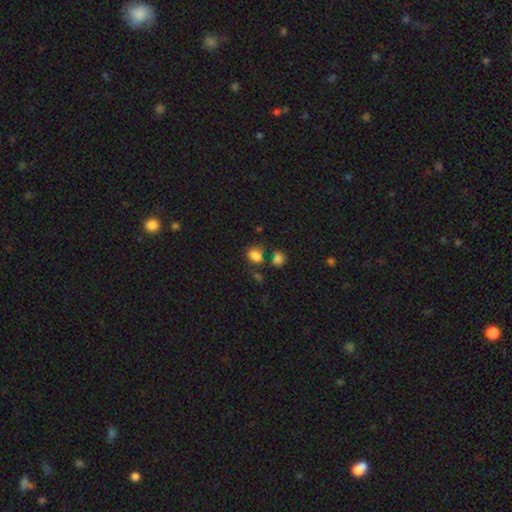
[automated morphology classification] Smooth or featured? Predicted: smooth (p=0.81). How rounded? Predicted: in between (p=0.67). Merging? Predicted: none (p=0.52).